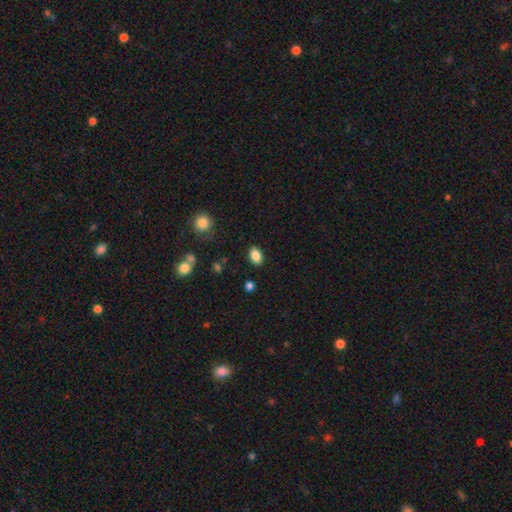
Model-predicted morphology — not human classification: This is clearly a smooth galaxy (87%). How rounded: clearly in between (84%). Merging: clearly none (87%).